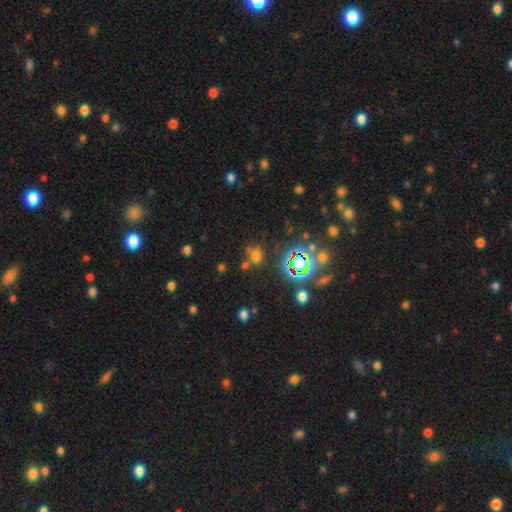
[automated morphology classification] smooth_or_featured: smooth (p=0.54) [alt: star or artifact p=0.37]
how_rounded: round (p=0.78) [alt: in between p=0.21]
merging: none (p=0.65) [alt: merger p=0.16]